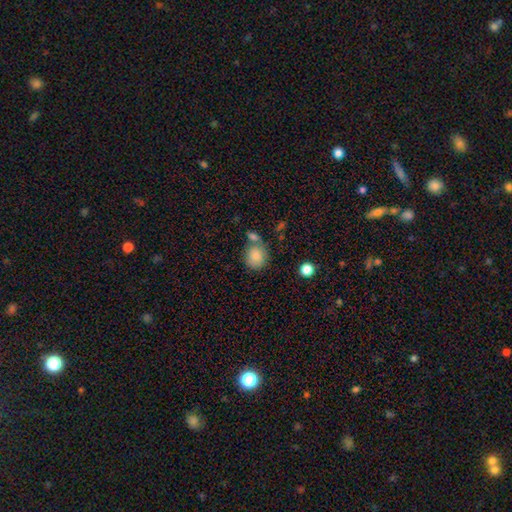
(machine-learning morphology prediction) A smooth galaxy with no disk features (84%) that is round (66%). Merging: none (51%).